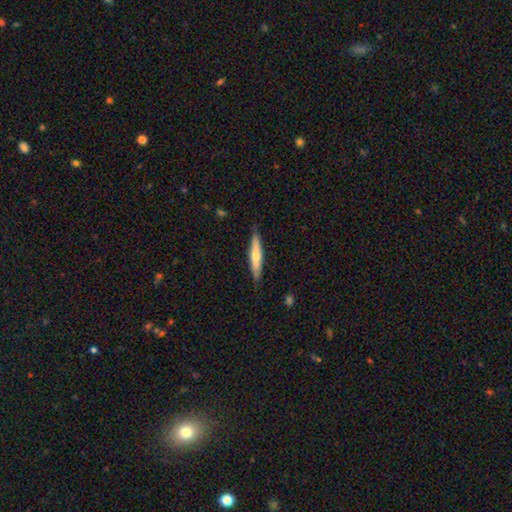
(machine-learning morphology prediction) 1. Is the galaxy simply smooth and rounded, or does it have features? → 54% smooth, 41% featured or disk, 5% star or artifact.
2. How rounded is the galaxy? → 89% cigar-shaped, 10% in between, 1% round.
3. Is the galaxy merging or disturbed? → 83% none, 13% minor disturbance, 2% major disturbance, 1% merger.